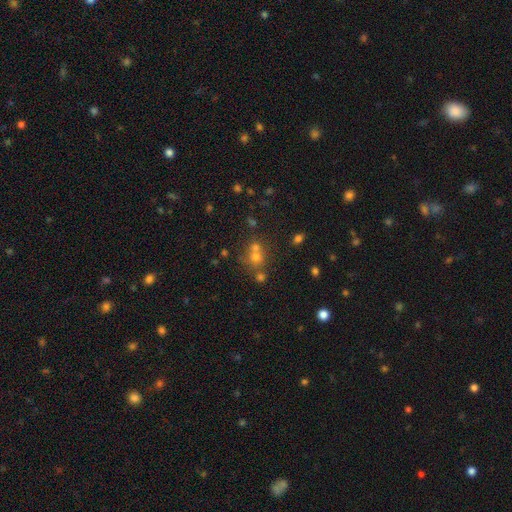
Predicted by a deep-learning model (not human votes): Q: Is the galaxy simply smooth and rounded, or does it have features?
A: smooth — 55%.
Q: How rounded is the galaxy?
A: round — 84%.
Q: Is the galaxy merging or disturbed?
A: none — 51%.